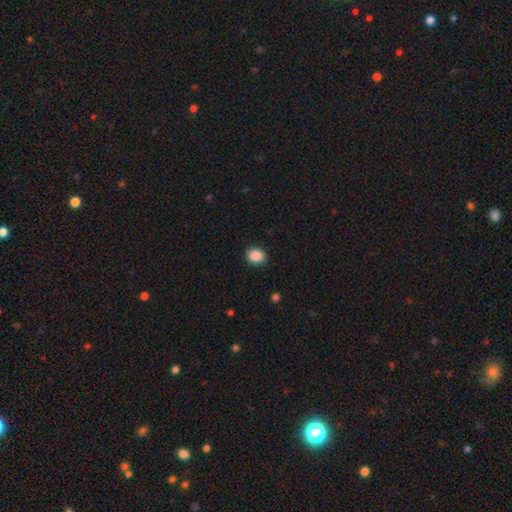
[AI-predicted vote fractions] This is clearly a smooth galaxy (89%). How rounded: possibly round (54%). Merging: clearly none (88%).